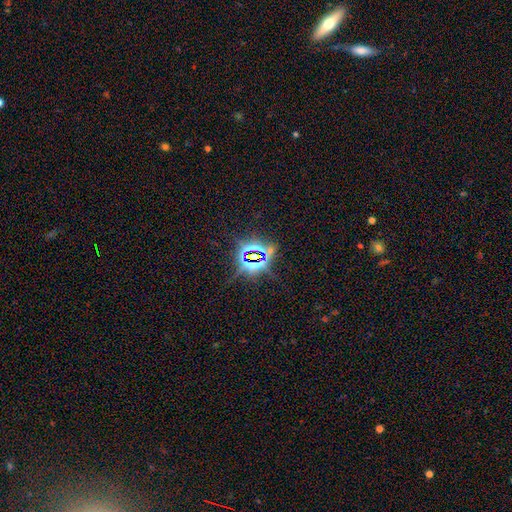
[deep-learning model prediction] Smooth or featured? Predicted: star or artifact (p=0.81).